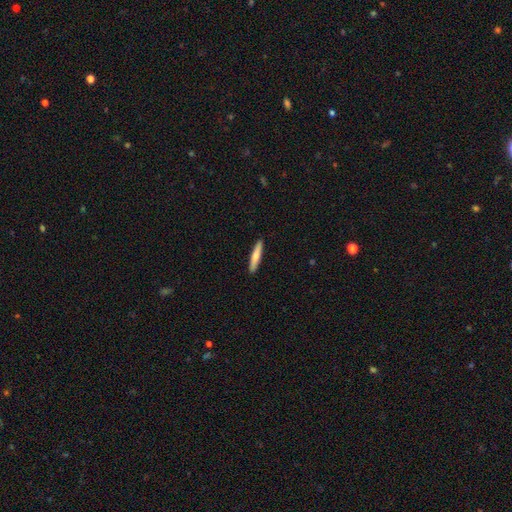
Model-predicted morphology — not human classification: smooth 70%, featured or disk 25%, star or artifact 5%. Down the decision tree: how rounded — cigar-shaped (90%); merging — none (92%).